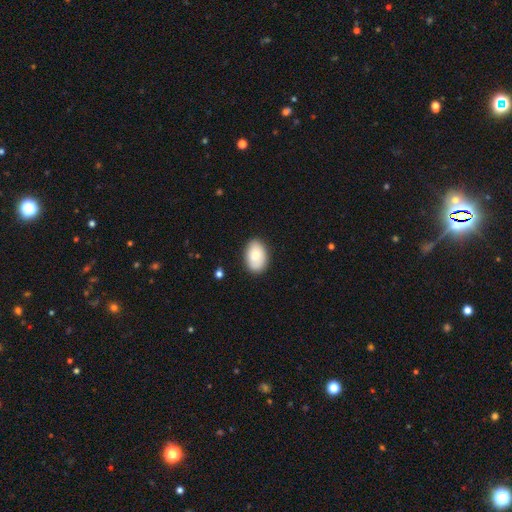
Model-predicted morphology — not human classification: smooth-or-featured: smooth: 82% | featured or disk: 11% | star or artifact: 6%
  how-rounded: in between: 90% | round: 9% | cigar-shaped: 1%
  merging: none: 86% | minor disturbance: 11% | major disturbance: 2% | merger: 1%